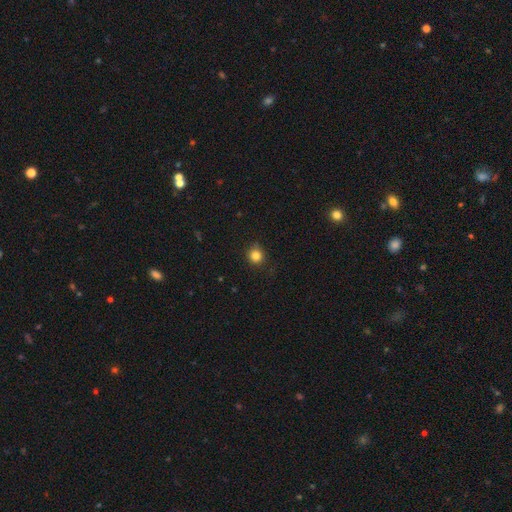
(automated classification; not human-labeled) smooth-or-featured: smooth: 84% | star or artifact: 12% | featured or disk: 4%
  how-rounded: round: 93% | in between: 6% | cigar-shaped: 1%
  merging: none: 87% | minor disturbance: 10% | major disturbance: 2% | merger: 1%